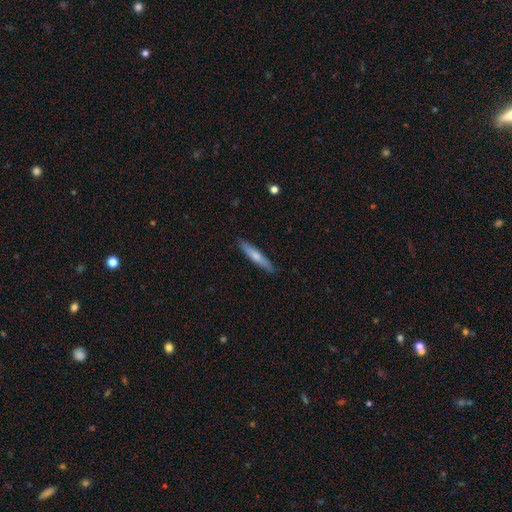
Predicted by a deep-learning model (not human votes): This is possibly a smooth galaxy (60%). How rounded: clearly cigar-shaped (90%). Merging: clearly none (89%).